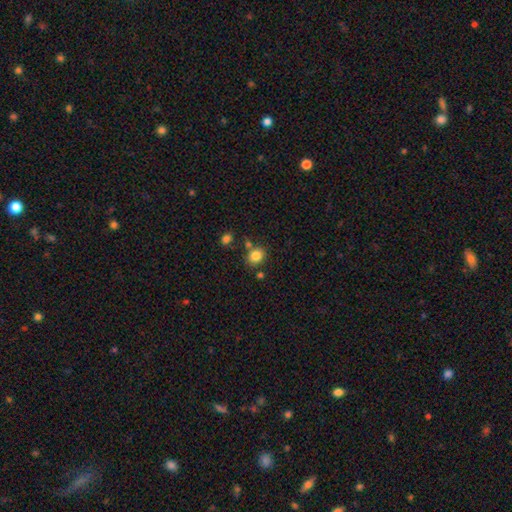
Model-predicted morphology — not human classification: This appears to be a smooth galaxy with no disk features (83%) that is round (66%). Merging: none (73%).